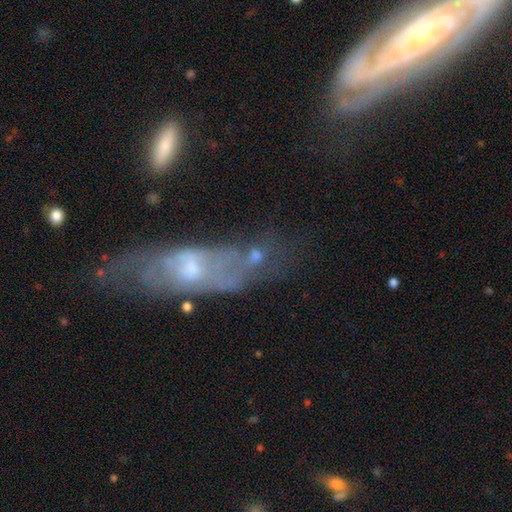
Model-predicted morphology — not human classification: type=smooth (44%); merging=merger (32%).